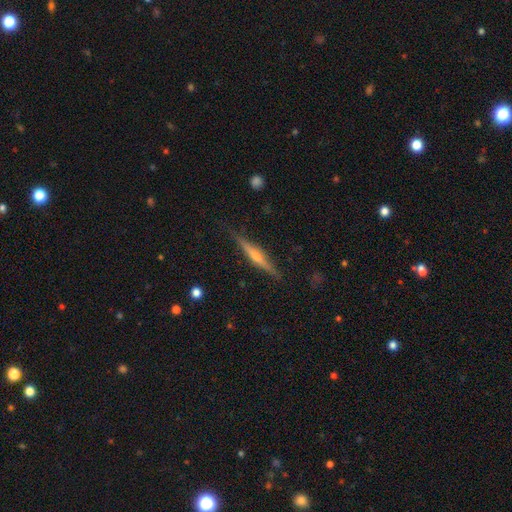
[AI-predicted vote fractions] Smooth or featured: featured or disk — 75% (smooth — 18%)
Edge-on disk: yes — 98% (no — 2%)
Edge-on bulge: rounded — 84% (none — 9%)
Merging: none — 88% (minor disturbance — 9%)